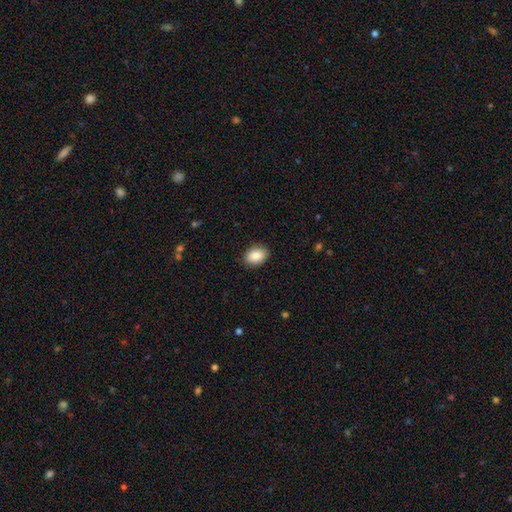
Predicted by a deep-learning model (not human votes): Smooth or featured: smooth — 87% (star or artifact — 7%)
How rounded: in between — 81% (round — 18%)
Merging: none — 87% (minor disturbance — 10%)